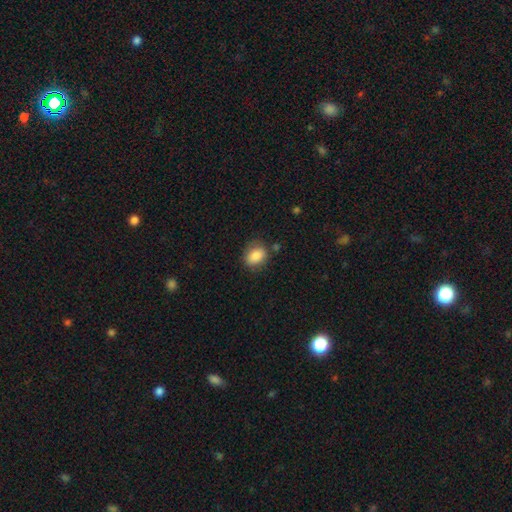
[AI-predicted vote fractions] The model was most divided on "how rounded": in between: 65%, round: 34%, cigar-shaped: 1%. More confident: smooth or featured — smooth (85%); merging — none (75%).